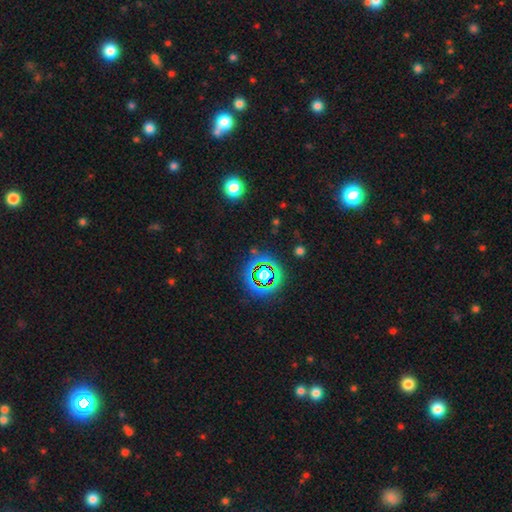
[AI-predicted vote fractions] A star or artifact, not a galaxy (60%).